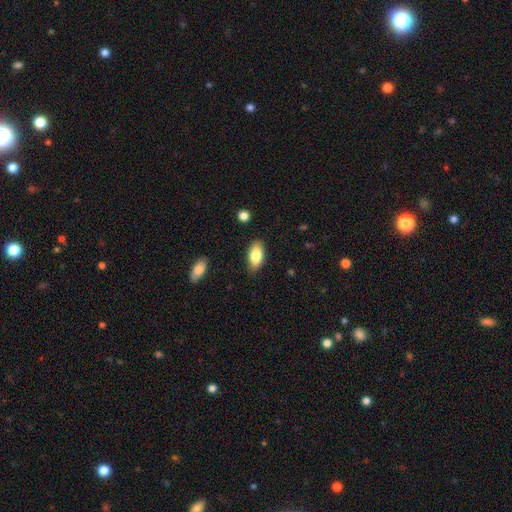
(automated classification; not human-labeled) This appears to be a smooth galaxy with no disk features (82%) that is in between round and cigar-shaped (91%). Merging: none (86%).